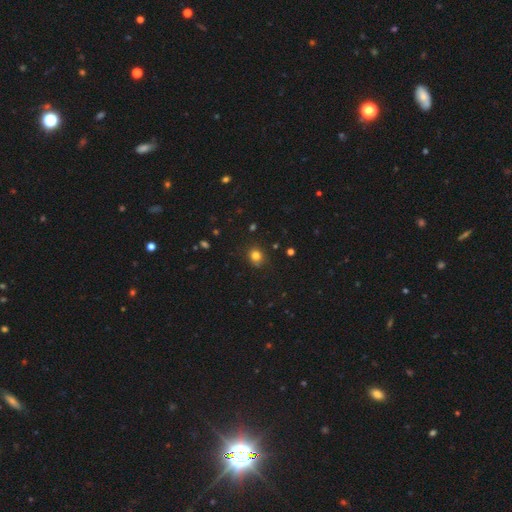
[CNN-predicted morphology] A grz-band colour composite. It shows a smooth galaxy with no disk features (80%) that is round (73%). Merging: none (83%).